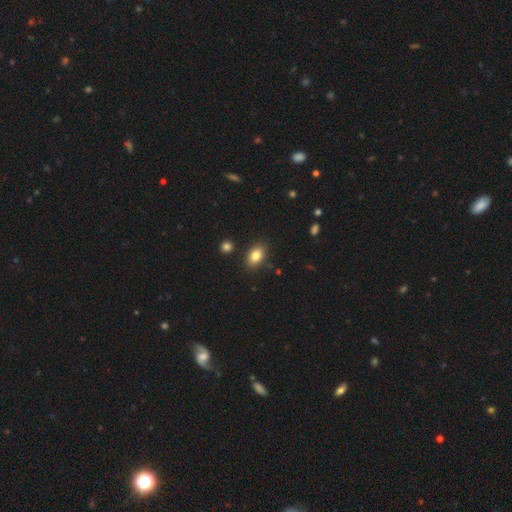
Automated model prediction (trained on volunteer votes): smooth_or_featured: smooth (p=0.83) [alt: star or artifact p=0.09]
how_rounded: in between (p=0.84) [alt: round p=0.14]
merging: none (p=0.85) [alt: minor disturbance p=0.10]